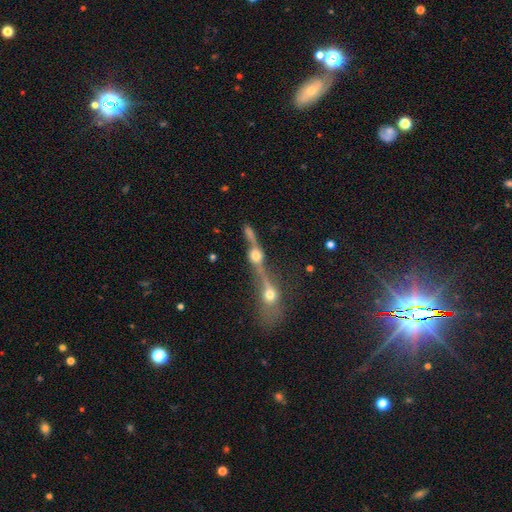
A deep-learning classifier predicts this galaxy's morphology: Smooth or featured? Predicted: featured or disk (p=0.49). Merging? Predicted: merger (p=0.58).